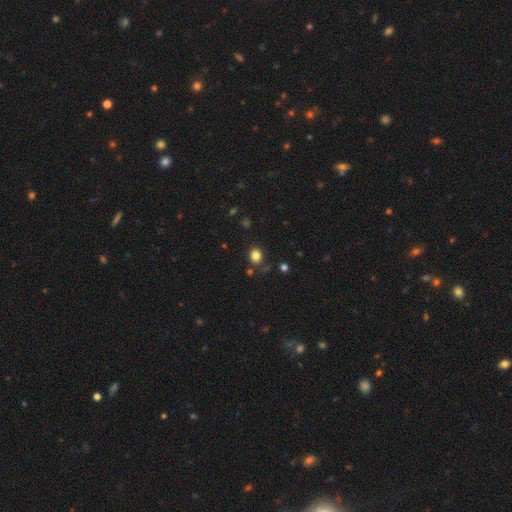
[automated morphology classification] Smooth or featured? smooth (82%)
How rounded? round (61%)
Merging? none (82%)